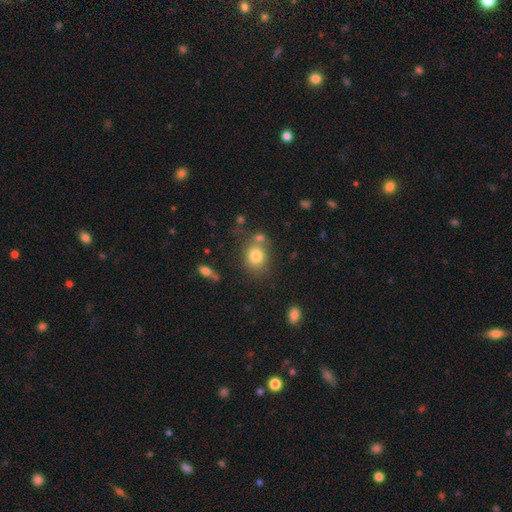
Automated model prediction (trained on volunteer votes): A smooth galaxy with no disk features (80%) that is round (65%).

Vote fractions:
- Smooth or featured? smooth: 80% / star or artifact: 10% / featured or disk: 10%
- How rounded? round: 65% / in between: 34% / cigar-shaped: 1%
- Merging? none: 63% / merger: 17% / minor disturbance: 14% / major disturbance: 5%